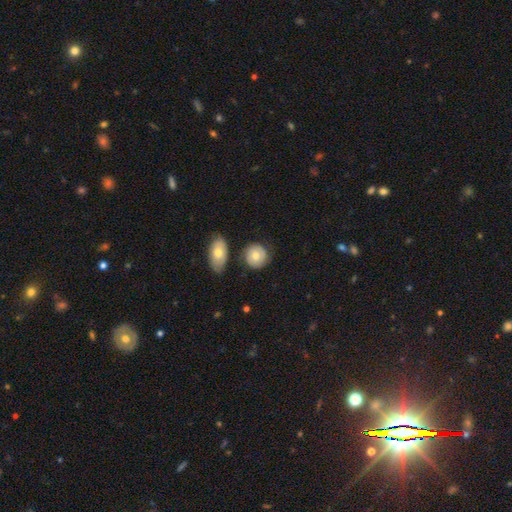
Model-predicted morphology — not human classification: Smooth or featured: smooth — 73% (featured or disk — 21%)
How rounded: round — 83% (in between — 16%)
Merging: none — 74% (minor disturbance — 15%)